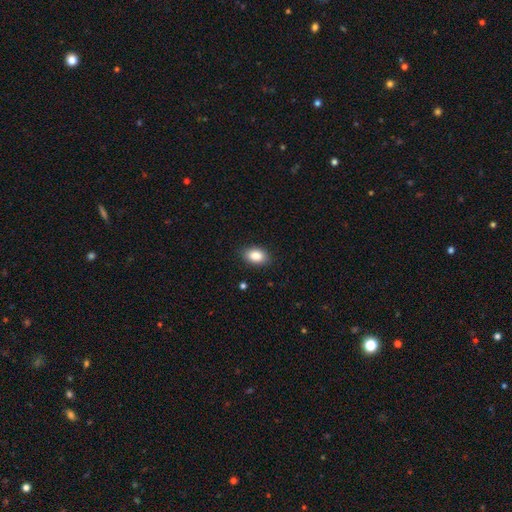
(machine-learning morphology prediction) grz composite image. It shows a smooth galaxy with no disk features (88%) that is in between round and cigar-shaped (86%). Merging: none (87%).